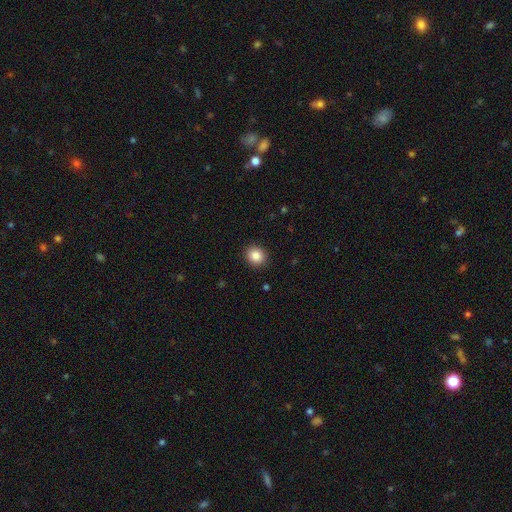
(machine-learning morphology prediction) The model was most divided on "how rounded": round: 79%, in between: 20%, cigar-shaped: 1%. More confident: merging — none (91%); smooth or featured — smooth (86%).